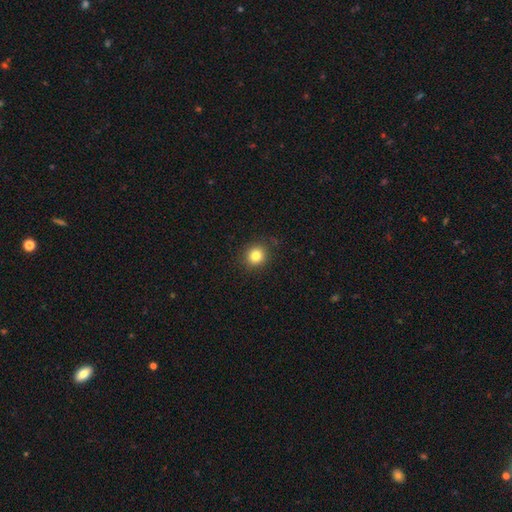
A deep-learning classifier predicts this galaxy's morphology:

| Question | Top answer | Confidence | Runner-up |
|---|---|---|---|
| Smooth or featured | smooth | 82% | star or artifact (12%) |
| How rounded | round | 86% | in between (13%) |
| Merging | none | 89% | minor disturbance (8%) |